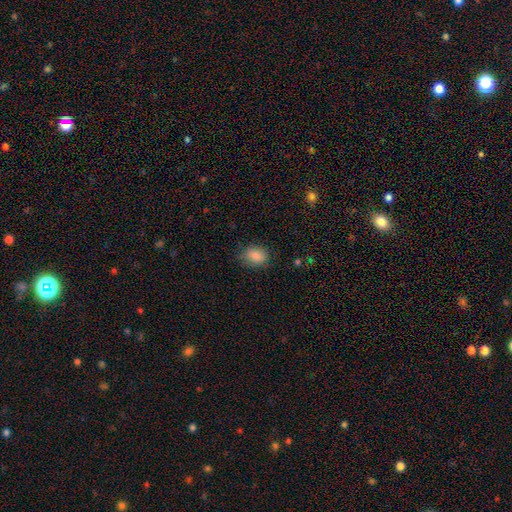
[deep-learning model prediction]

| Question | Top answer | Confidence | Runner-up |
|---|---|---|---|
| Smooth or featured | smooth | 84% | star or artifact (9%) |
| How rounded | in between | 66% | round (33%) |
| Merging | none | 79% | minor disturbance (16%) |